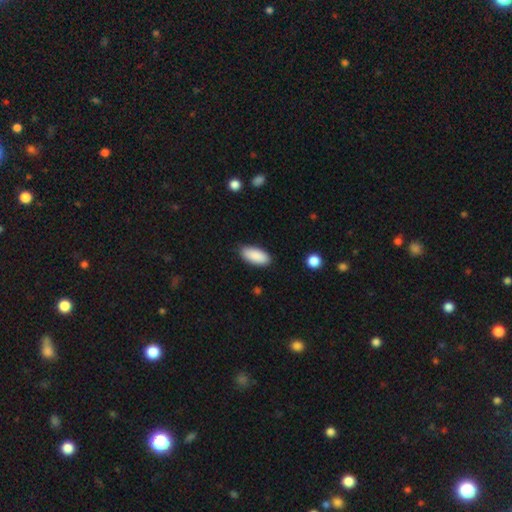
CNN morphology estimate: A smooth galaxy with no disk features (90%) that is in between round and cigar-shaped (90%).

Vote fractions:
- Smooth or featured? smooth: 90% / star or artifact: 6% / featured or disk: 4%
- How rounded? in between: 90% / cigar-shaped: 9% / round: 2%
- Merging? none: 87% / minor disturbance: 10% / major disturbance: 2% / merger: 1%